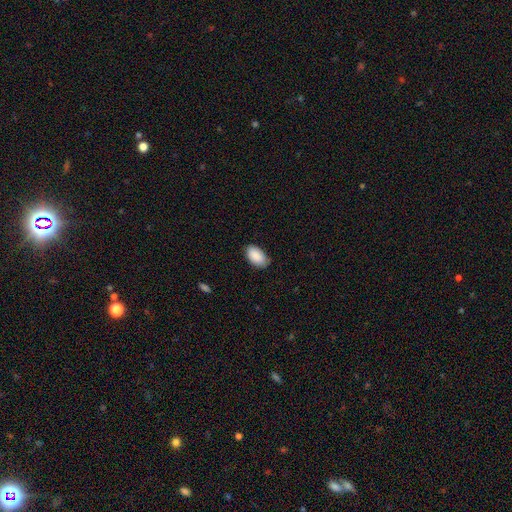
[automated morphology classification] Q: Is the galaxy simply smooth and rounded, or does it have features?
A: smooth — 90%.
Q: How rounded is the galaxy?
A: in between — 94%.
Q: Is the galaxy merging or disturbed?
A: none — 78%.